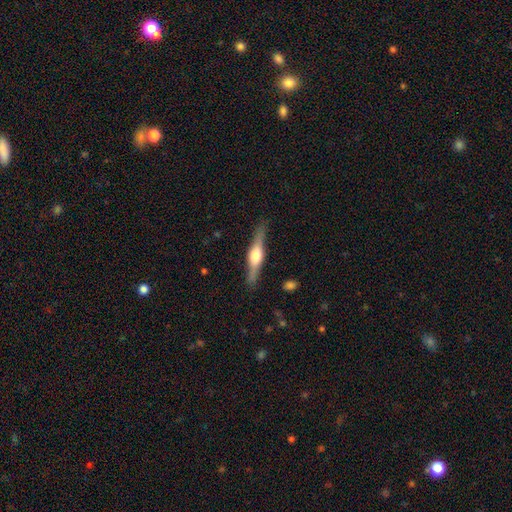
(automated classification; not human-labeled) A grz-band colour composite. It shows a featured or disk galaxy (72%) viewed edge-on (97%) with a rounded central bulge (89%). Merging: none (87%).